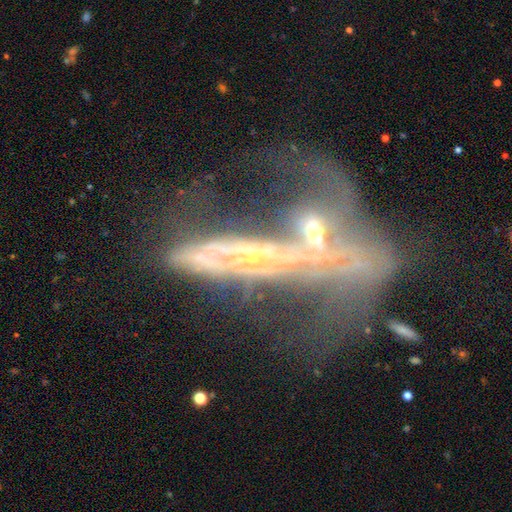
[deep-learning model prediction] featured or disk 74%, smooth 16%, star or artifact 11%. Down the decision tree: edge-on disk — no (70%); bar — no (69%); spiral arms — yes (51%); bulge size — small (59%); merging — merger (67%).